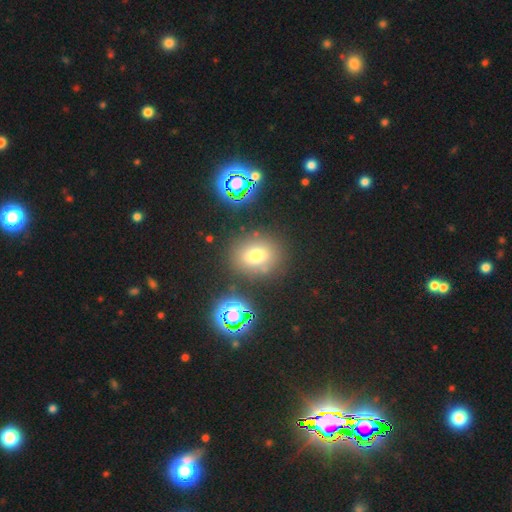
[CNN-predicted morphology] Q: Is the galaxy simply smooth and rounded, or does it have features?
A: smooth — 69%.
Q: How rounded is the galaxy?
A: round — 64%.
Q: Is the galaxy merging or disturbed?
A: none — 80%.